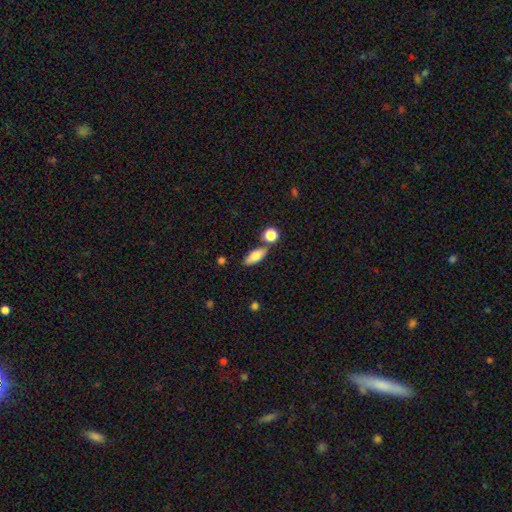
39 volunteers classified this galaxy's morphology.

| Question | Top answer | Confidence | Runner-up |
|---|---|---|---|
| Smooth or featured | smooth | 62% | featured or disk (28%) |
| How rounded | in between | 88% | cigar-shaped (8%) |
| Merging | none | 40% | merger (31%) |